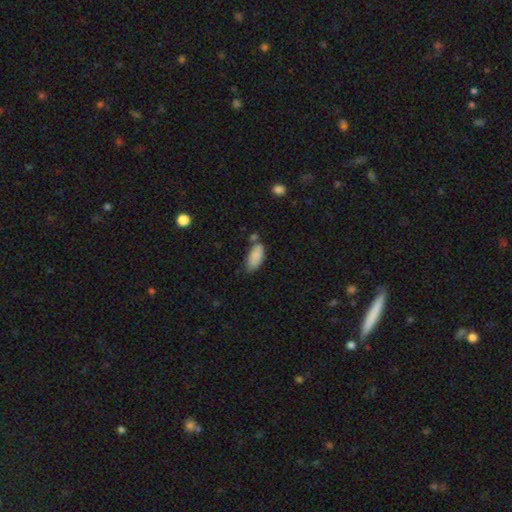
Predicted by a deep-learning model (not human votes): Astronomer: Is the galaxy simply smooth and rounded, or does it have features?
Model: smooth — 86%.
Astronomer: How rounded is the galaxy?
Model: in between — 88%.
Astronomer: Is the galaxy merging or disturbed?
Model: none — 54%.